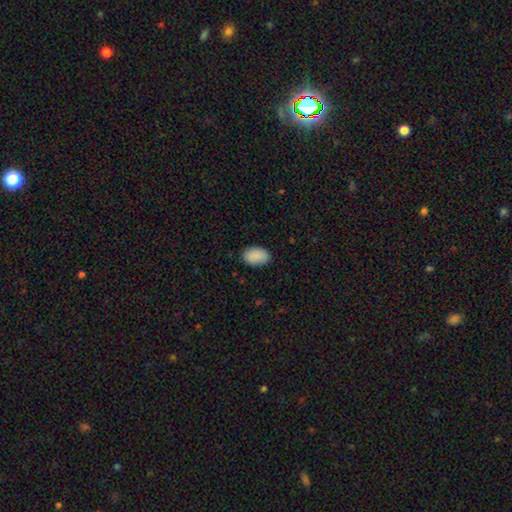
smooth_or_featured: smooth (p=0.93) [alt: star or artifact p=0.05]
how_rounded: in between (p=0.89) [alt: round p=0.08]
merging: none (p=0.84) [alt: major disturbance p=0.11]